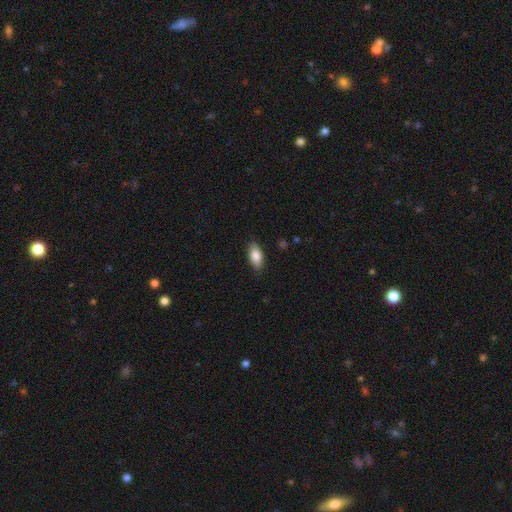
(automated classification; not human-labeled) Smooth or featured?
  - smooth: 85% *
  - featured or disk: 8%
  - star or artifact: 7%
How rounded?
  - in between: 89% *
  - cigar-shaped: 8%
  - round: 3%
Merging?
  - none: 86% *
  - minor disturbance: 11%
  - major disturbance: 2%
  - merger: 1%